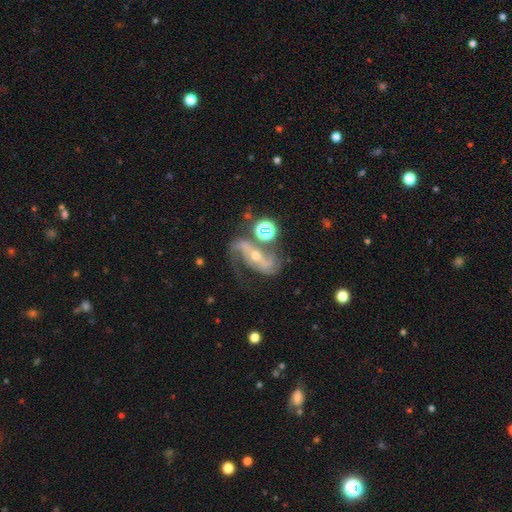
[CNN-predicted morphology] Smooth or featured? Predicted: featured or disk (p=0.85). Edge-on disk? Predicted: no (p=0.94). Bar? Predicted: strong (p=0.51). Spiral arms? Predicted: yes (p=0.95). Spiral winding? Predicted: medium (p=0.46). Spiral arm count? Predicted: 2 (p=0.85). Bulge size? Predicted: small (p=0.53). Merging? Predicted: none (p=0.53).